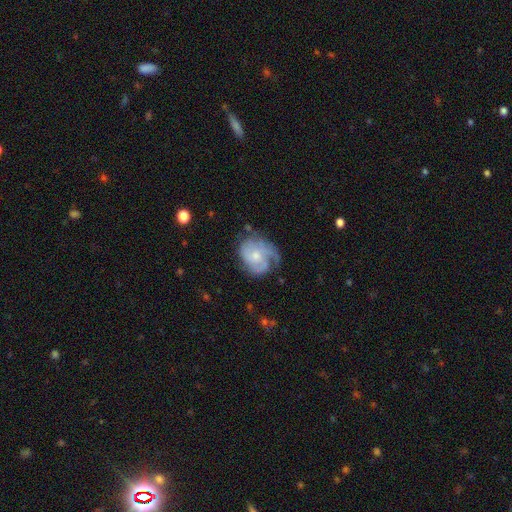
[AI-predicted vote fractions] The model was most divided on "spiral arm count": can't tell: 30%, 2: 25%, 1: 23%, 3: 15%, 4: 4%, more than 4: 3%. Remaining: edge-on disk — no (97%); spiral arms — yes (84%); bar — no (77%); smooth or featured — featured or disk (65%); bulge size — small (50%); merging — none (46%); spiral winding — tight (43%).